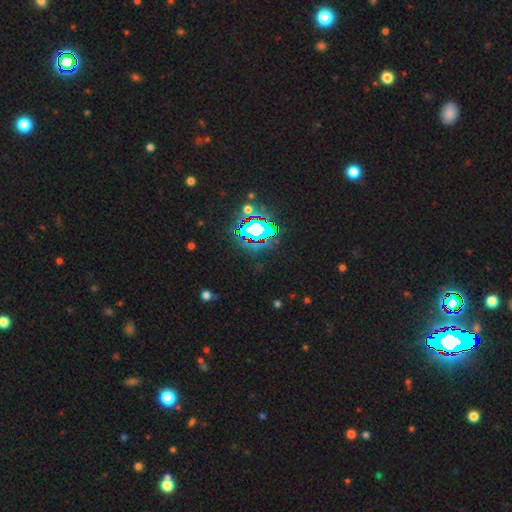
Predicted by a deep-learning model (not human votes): A star or artifact, not a galaxy (81%).

Vote fractions:
- Smooth or featured? star or artifact: 81% / smooth: 11% / featured or disk: 8%